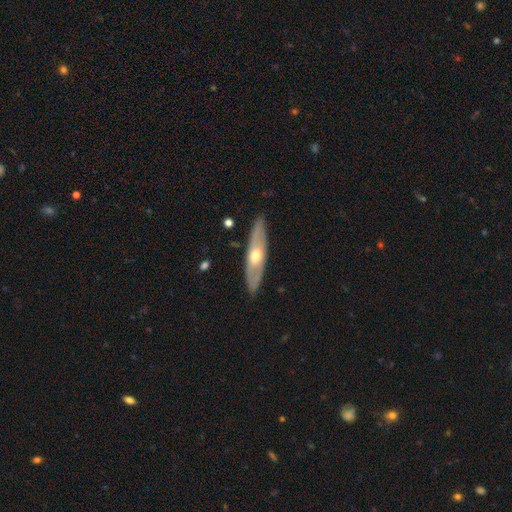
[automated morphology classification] This appears to be a featured or disk galaxy (59%) viewed edge-on (53%). Merging: none (86%).